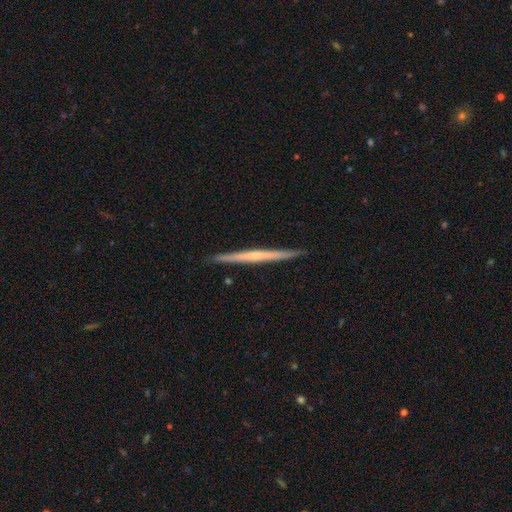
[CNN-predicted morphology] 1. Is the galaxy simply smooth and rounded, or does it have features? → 61% featured or disk, 34% smooth, 5% star or artifact.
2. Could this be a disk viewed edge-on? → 98% yes, 2% no.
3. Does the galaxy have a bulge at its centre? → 74% none, 20% rounded, 6% boxy.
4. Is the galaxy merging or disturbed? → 92% none, 6% minor disturbance, 1% major disturbance, 1% merger.